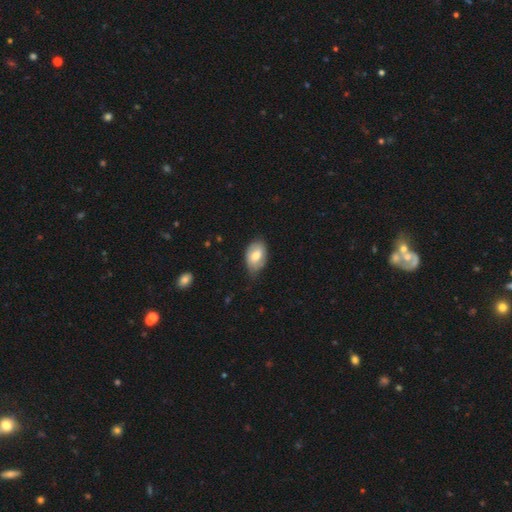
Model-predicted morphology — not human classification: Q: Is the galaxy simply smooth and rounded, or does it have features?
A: smooth — 69%.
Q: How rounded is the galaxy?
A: in between — 89%.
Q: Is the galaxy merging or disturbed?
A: none — 60%.